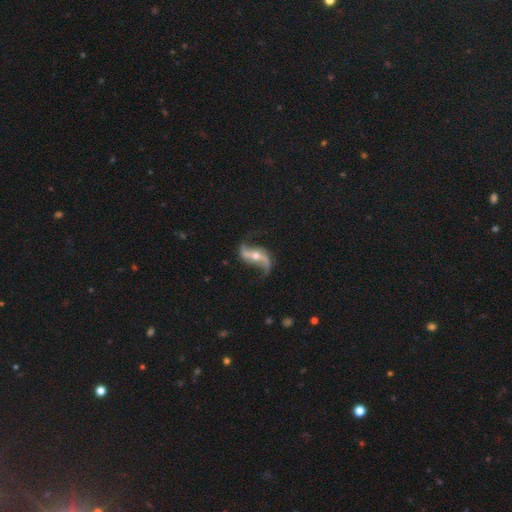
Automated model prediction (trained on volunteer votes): Smooth or featured? featured or disk (90%)
Edge-on disk? no (95%)
Bar? strong (36%)
Spiral arms? yes (96%)
Spiral winding? loose (86%)
Spiral arm count? 2 (94%)
Bulge size? moderate (57%)
Merging? none (75%)